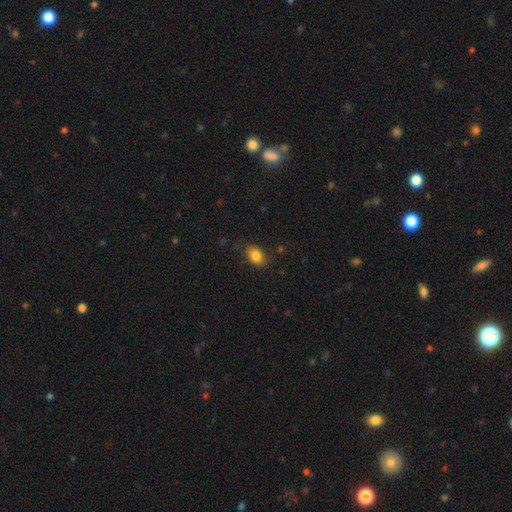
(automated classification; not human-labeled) A smooth galaxy with no disk features (84%) that is in between round and cigar-shaped (79%). Merging: none (83%).